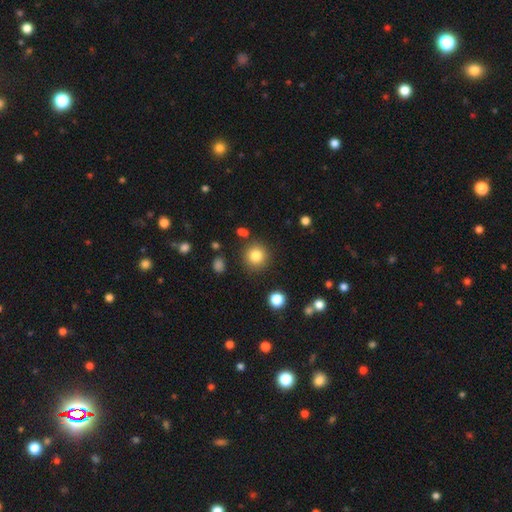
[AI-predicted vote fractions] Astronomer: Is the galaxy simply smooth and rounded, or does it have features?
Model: smooth — 83%.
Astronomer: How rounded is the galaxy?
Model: round — 93%.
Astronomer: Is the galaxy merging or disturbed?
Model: none — 86%.